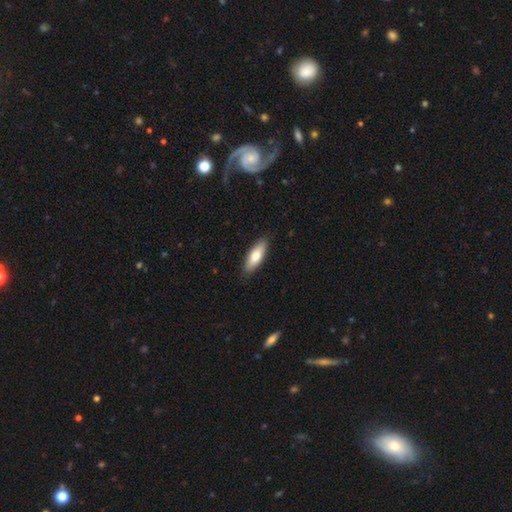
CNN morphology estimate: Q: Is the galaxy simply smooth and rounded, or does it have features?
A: smooth — 74%.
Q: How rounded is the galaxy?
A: in between — 62%.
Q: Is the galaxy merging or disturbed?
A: none — 88%.